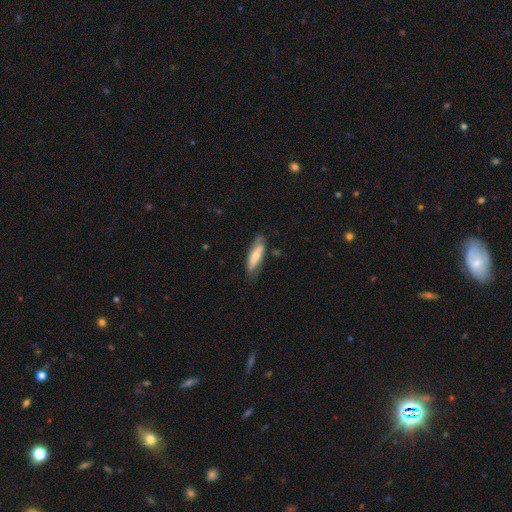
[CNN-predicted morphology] type=smooth (59%); roundness=cigar-shaped (58%); merging=none (70%).